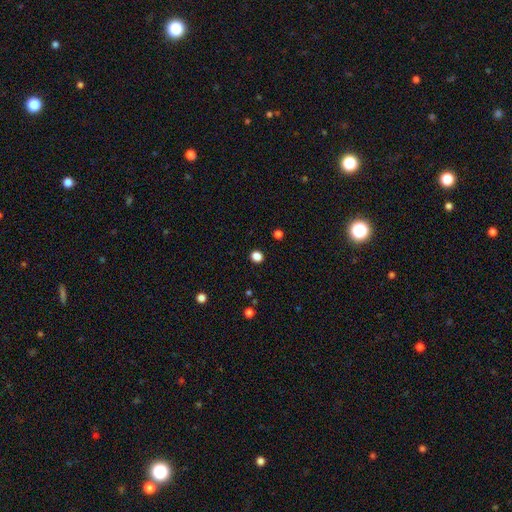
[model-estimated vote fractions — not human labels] A smooth galaxy with no disk features (81%) that is round (79%).

Vote fractions:
- Smooth or featured? smooth: 81% / star or artifact: 16% / featured or disk: 3%
- How rounded? round: 79% / in between: 20% / cigar-shaped: 1%
- Merging? none: 91% / minor disturbance: 6% / major disturbance: 2% / merger: 1%